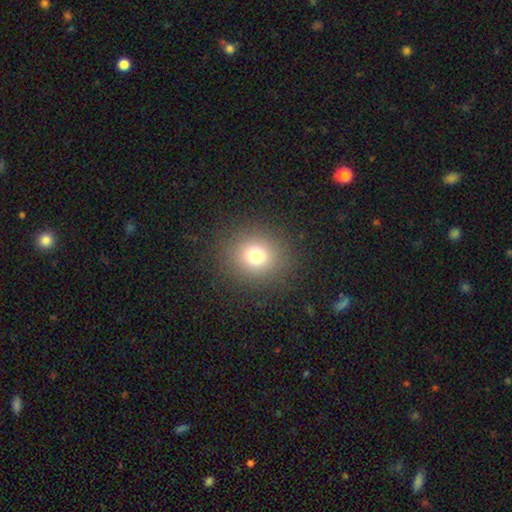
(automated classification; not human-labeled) smooth-or-featured: smooth: 74% | star or artifact: 16% | featured or disk: 9%
  how-rounded: round: 87% | in between: 12% | cigar-shaped: 1%
  merging: none: 88% | minor disturbance: 7% | major disturbance: 4% | merger: 1%